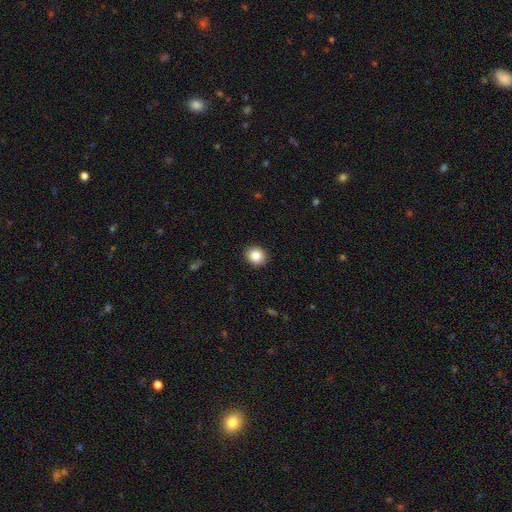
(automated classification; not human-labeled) Smooth or featured: smooth — 85% (star or artifact — 9%)
How rounded: round — 81% (in between — 18%)
Merging: none — 91% (minor disturbance — 6%)